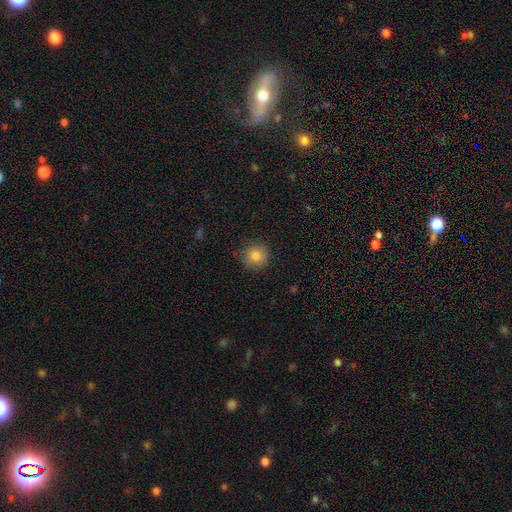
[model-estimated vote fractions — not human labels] The model was most divided on "smooth or featured": smooth: 81%, star or artifact: 10%, featured or disk: 9%. More confident: how rounded — round (94%); merging — none (86%).